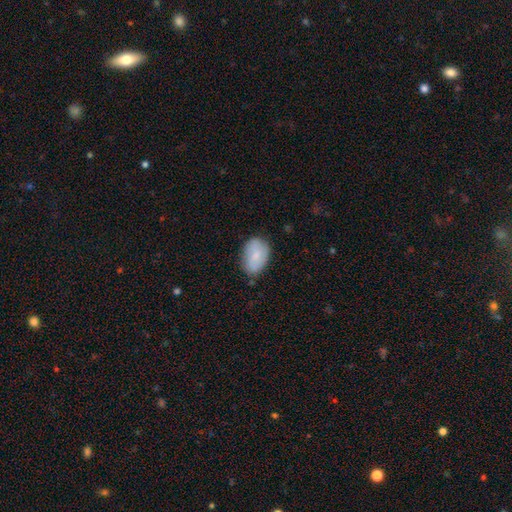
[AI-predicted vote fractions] smooth_or_featured: smooth (p=0.78) [alt: featured or disk p=0.16]
how_rounded: in between (p=0.88) [alt: round p=0.11]
merging: none (p=0.73) [alt: minor disturbance p=0.21]